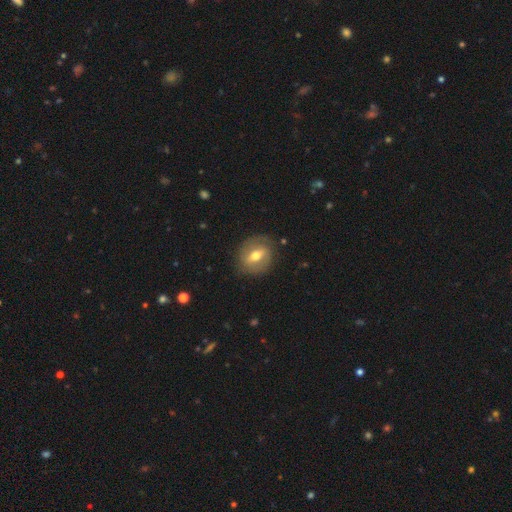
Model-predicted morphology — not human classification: Q: Smooth or featured?
A: featured or disk (55%); runner-up: smooth (38%)
Q: Edge-on disk?
A: no (90%); runner-up: yes (10%)
Q: Merging?
A: none (80%); runner-up: minor disturbance (14%)